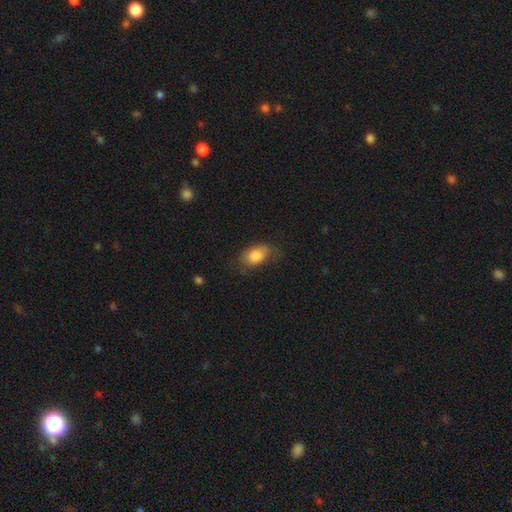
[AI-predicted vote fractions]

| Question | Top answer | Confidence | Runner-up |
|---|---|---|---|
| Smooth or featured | smooth | 82% | featured or disk (11%) |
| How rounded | in between | 85% | round (13%) |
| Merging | none | 62% | minor disturbance (27%) |